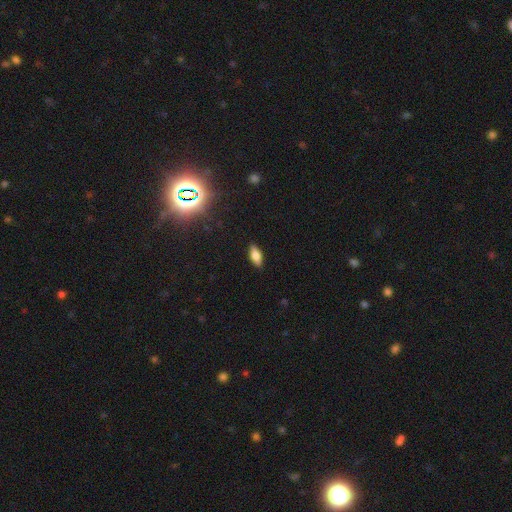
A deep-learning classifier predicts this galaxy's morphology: Overall: smooth (70%). How rounded: in between (74%). Merging: none (88%).